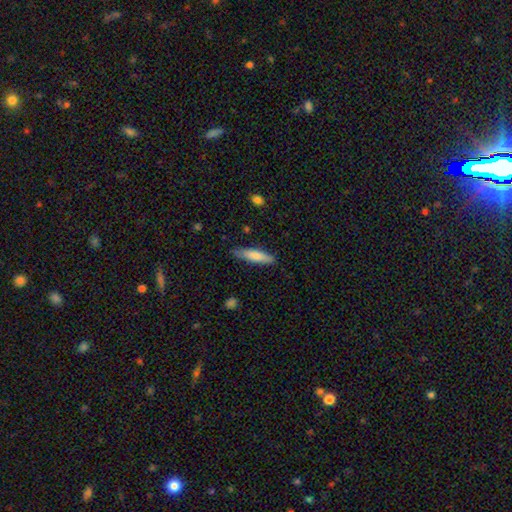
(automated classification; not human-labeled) smooth_or_featured: smooth (p=0.79) [alt: featured or disk p=0.15]
how_rounded: cigar-shaped (p=0.73) [alt: in between p=0.26]
merging: none (p=0.80) [alt: minor disturbance p=0.16]